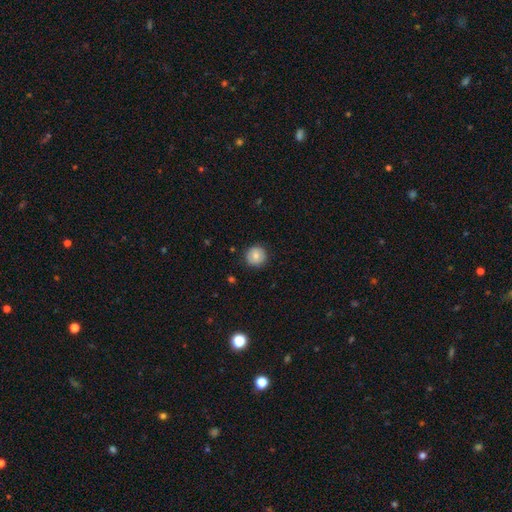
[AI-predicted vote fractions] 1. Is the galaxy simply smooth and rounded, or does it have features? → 78% smooth, 14% featured or disk, 8% star or artifact.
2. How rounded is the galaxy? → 95% round, 4% in between, 1% cigar-shaped.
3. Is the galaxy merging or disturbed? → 88% none, 9% minor disturbance, 2% major disturbance, 1% merger.